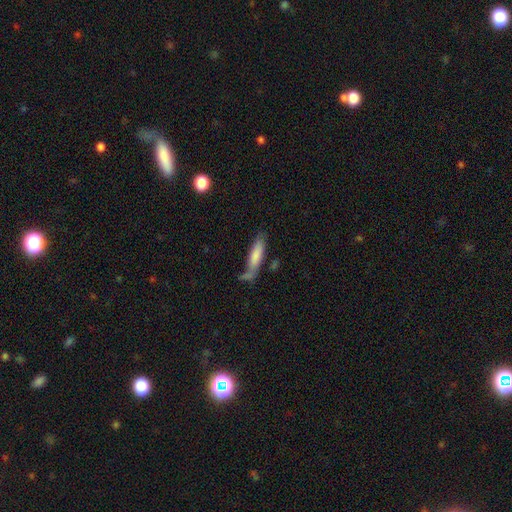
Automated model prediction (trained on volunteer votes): smooth-or-featured: smooth: 75% | featured or disk: 19% | star or artifact: 6%
  how-rounded: cigar-shaped: 65% | in between: 34% | round: 2%
  merging: none: 51% | minor disturbance: 25% | major disturbance: 13% | merger: 11%